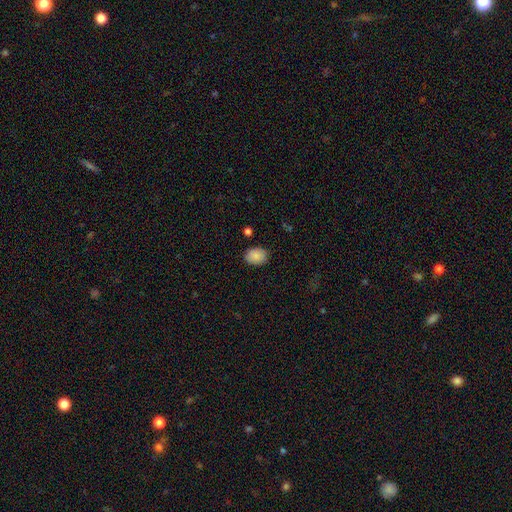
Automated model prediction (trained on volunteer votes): This is clearly a smooth galaxy (88%). How rounded: likely in between (68%). Merging: clearly none (86%).